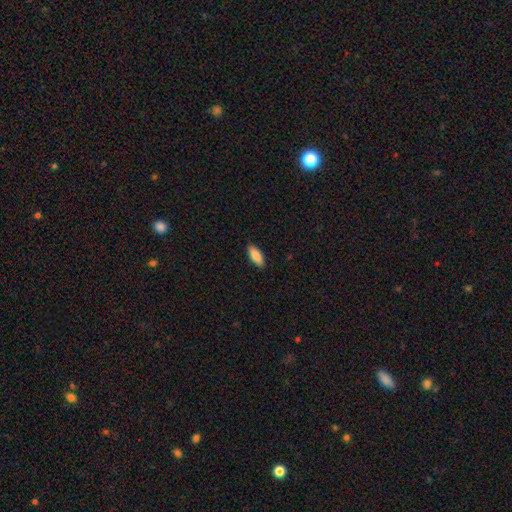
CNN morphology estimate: type=smooth (88%); roundness=in between (79%); merging=none (88%).